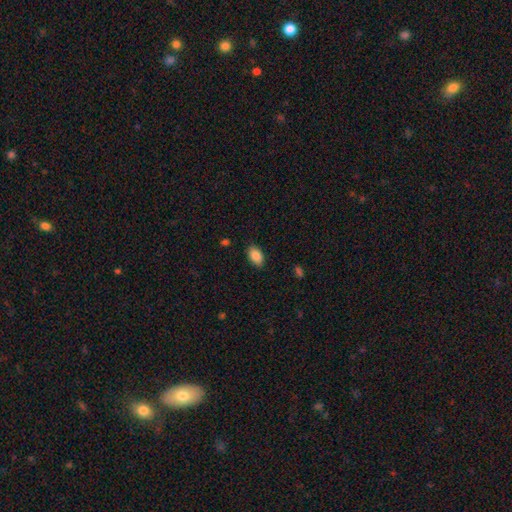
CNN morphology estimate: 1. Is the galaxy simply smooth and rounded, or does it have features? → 87% smooth, 8% star or artifact, 5% featured or disk.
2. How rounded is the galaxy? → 90% in between, 8% round, 1% cigar-shaped.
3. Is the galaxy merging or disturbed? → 87% none, 10% minor disturbance, 2% major disturbance, 1% merger.